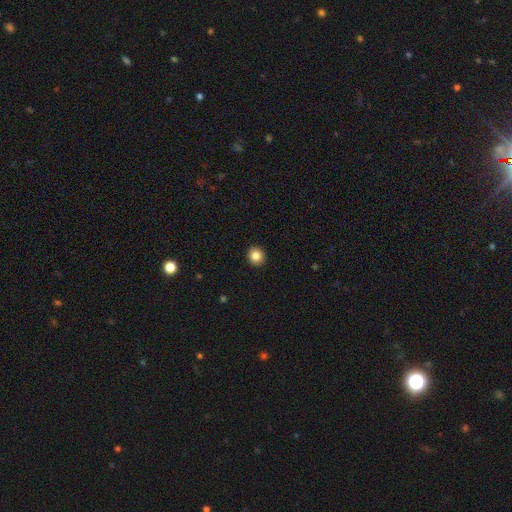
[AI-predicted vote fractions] Smooth or featured? Predicted: smooth (p=0.84). How rounded? Predicted: round (p=0.88). Merging? Predicted: none (p=0.93).